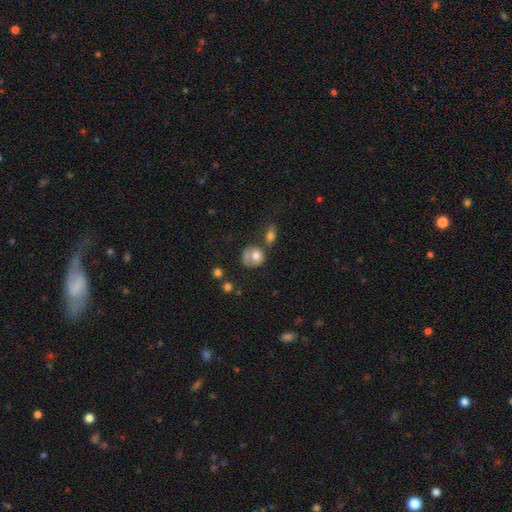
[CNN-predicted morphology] A smooth galaxy with no disk features (69%) that is round (69%). Merging: none (35%).